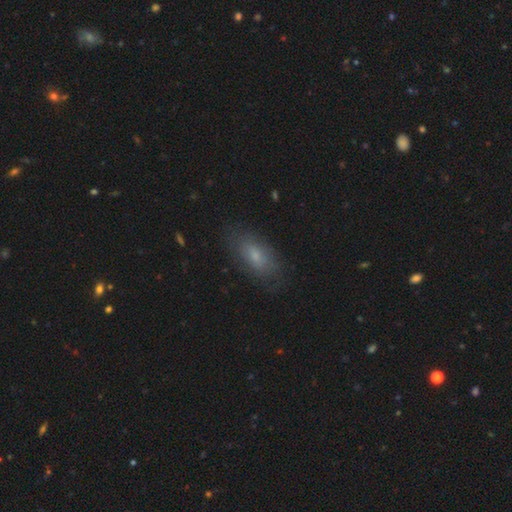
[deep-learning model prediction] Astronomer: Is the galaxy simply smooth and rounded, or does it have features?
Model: smooth — 68%.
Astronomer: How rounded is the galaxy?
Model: in between — 85%.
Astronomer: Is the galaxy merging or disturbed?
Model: none — 79%.